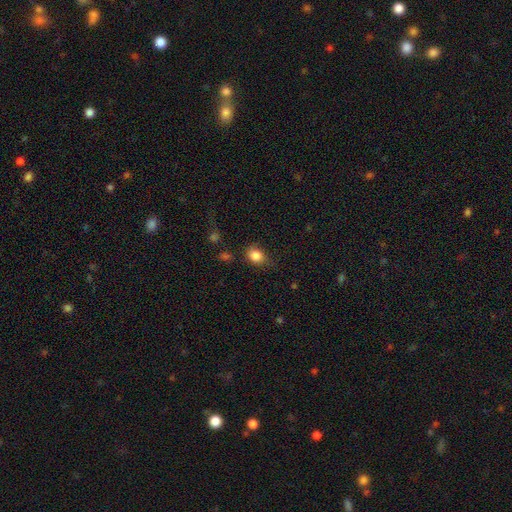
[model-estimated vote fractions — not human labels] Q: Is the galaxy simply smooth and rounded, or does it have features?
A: smooth — 85%.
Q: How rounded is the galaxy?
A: in between — 50%.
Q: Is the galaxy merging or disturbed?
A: none — 64%.